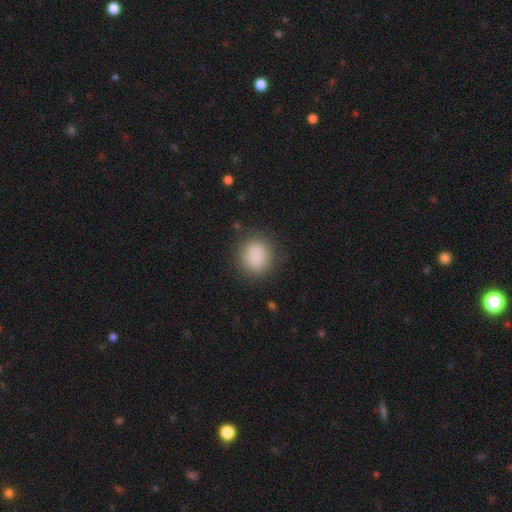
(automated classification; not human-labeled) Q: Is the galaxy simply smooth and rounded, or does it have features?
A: smooth — 86%.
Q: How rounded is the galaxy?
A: round — 76%.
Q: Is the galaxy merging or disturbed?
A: none — 84%.